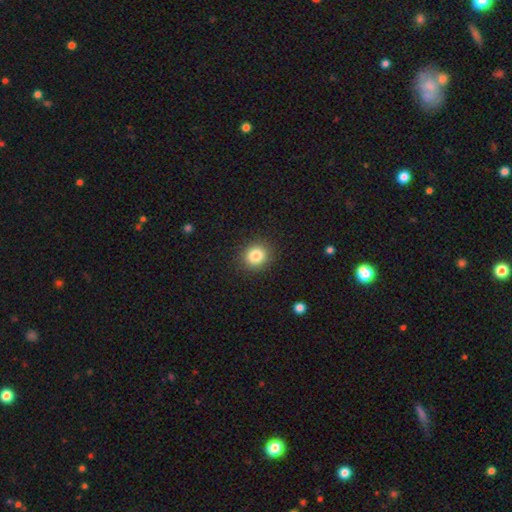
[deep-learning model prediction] This is clearly a smooth galaxy (83%). How rounded: clearly round (86%). Merging: clearly none (91%).